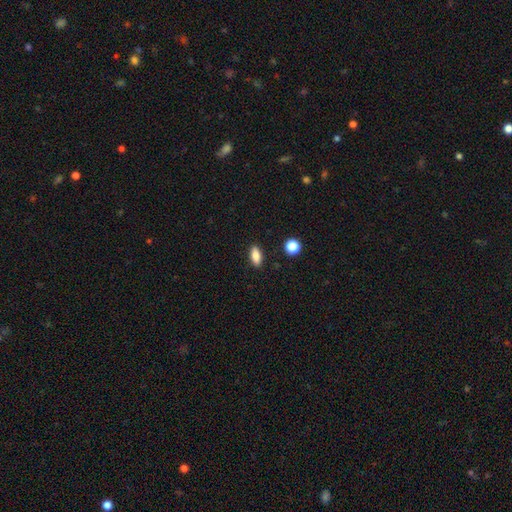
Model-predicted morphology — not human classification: Q: Smooth or featured?
A: smooth (84%); runner-up: star or artifact (8%)
Q: How rounded?
A: in between (81%); runner-up: cigar-shaped (14%)
Q: Merging?
A: none (89%); runner-up: minor disturbance (7%)